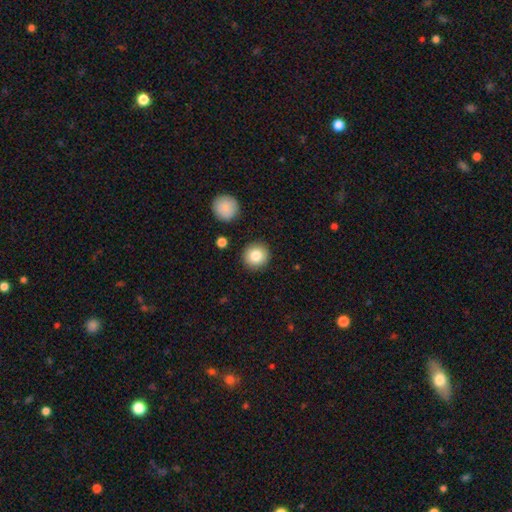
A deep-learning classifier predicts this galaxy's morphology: Smooth or featured? smooth (82%)
How rounded? round (94%)
Merging? none (90%)